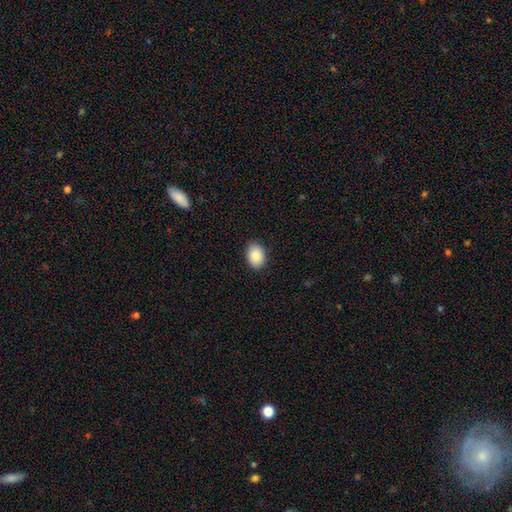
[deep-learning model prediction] Morphology: type=smooth (87%); roundness=in between (81%); merging=none (88%).